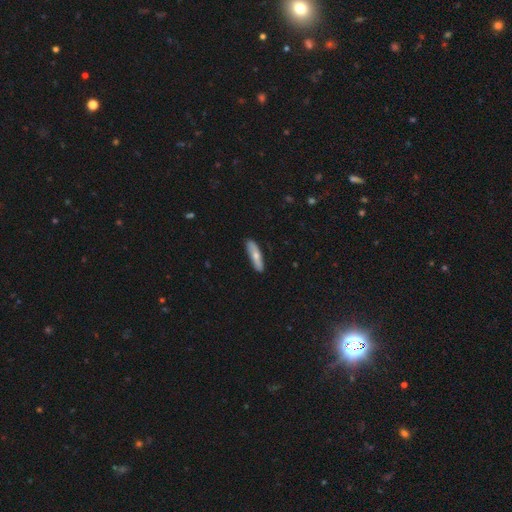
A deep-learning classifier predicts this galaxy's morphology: smooth-or-featured: smooth: 63% | featured or disk: 31% | star or artifact: 5%
  how-rounded: cigar-shaped: 72% | in between: 26% | round: 2%
  merging: none: 86% | minor disturbance: 11% | major disturbance: 2% | merger: 1%